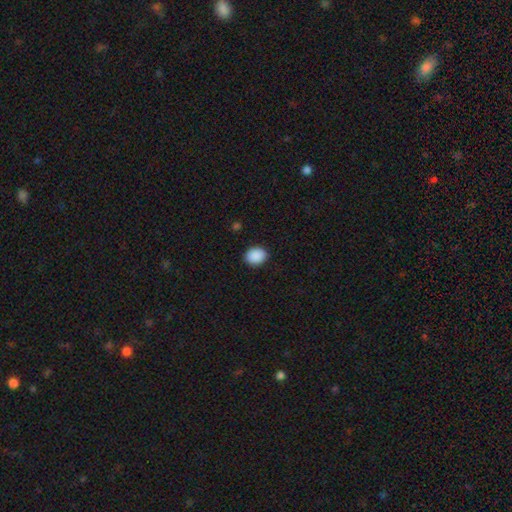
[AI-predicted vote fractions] This is clearly a smooth galaxy (90%). How rounded: possibly round (51%). Merging: clearly none (90%).